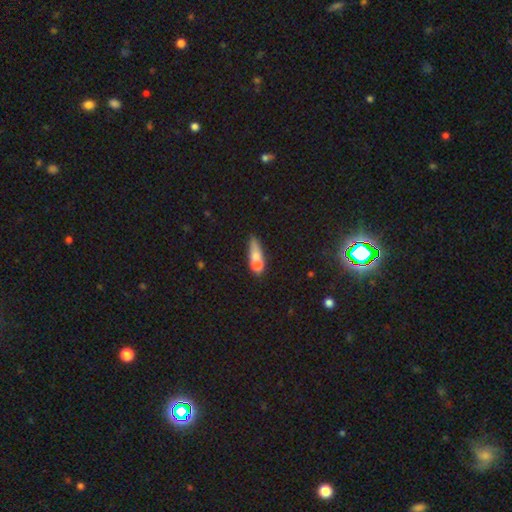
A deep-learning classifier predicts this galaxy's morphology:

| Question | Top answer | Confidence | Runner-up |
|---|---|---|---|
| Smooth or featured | smooth | 64% | featured or disk (26%) |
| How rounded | cigar-shaped | 48% | in between (43%) |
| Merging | merger | 40% | none (38%) |